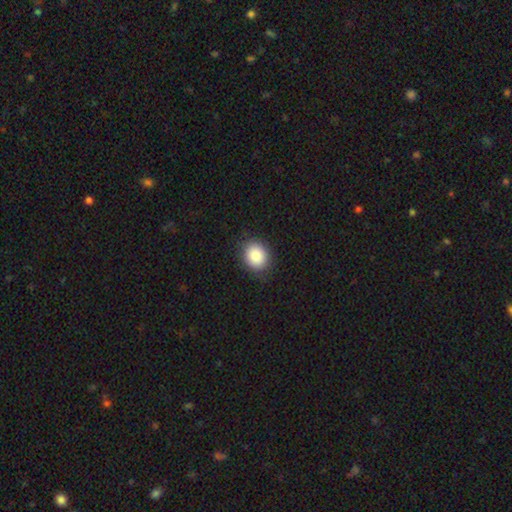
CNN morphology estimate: A smooth galaxy with no disk features (88%) that is round (61%).

Vote fractions:
- Smooth or featured? smooth: 88% / star or artifact: 8% / featured or disk: 4%
- How rounded? round: 61% / in between: 38% / cigar-shaped: 1%
- Merging? none: 87% / minor disturbance: 9% / major disturbance: 2% / merger: 1%